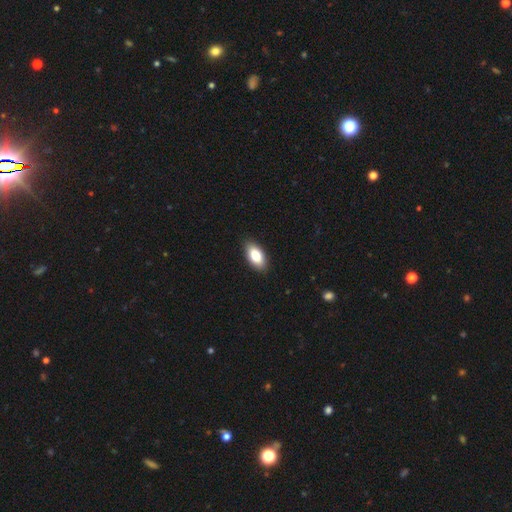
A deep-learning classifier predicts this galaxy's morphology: Smooth or featured? smooth (82%)
How rounded? in between (92%)
Merging? none (89%)